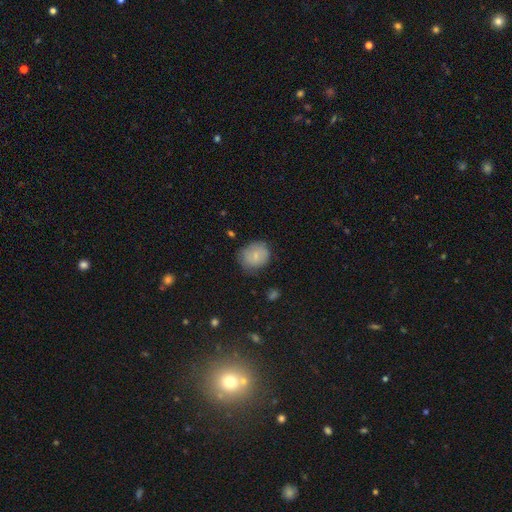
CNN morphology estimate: This appears to be a smooth galaxy with no disk features (77%) that is round (66%). Merging: none (67%).